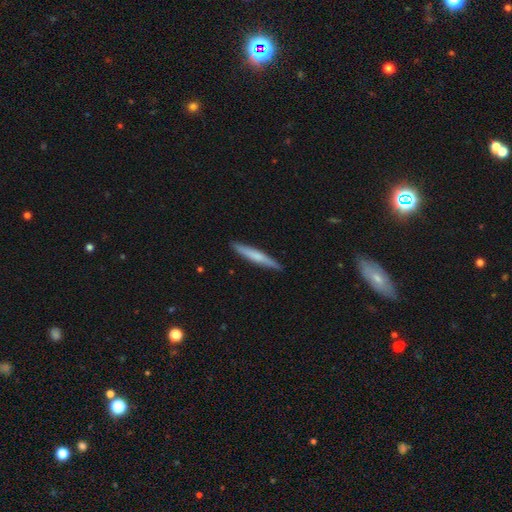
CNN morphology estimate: A smooth galaxy with no disk features (59%) that is cigar-shaped (95%).

Vote fractions:
- Smooth or featured? smooth: 59% / featured or disk: 36% / star or artifact: 5%
- How rounded? cigar-shaped: 95% / in between: 4% / round: 1%
- Merging? none: 90% / minor disturbance: 7% / major disturbance: 1% / merger: 1%